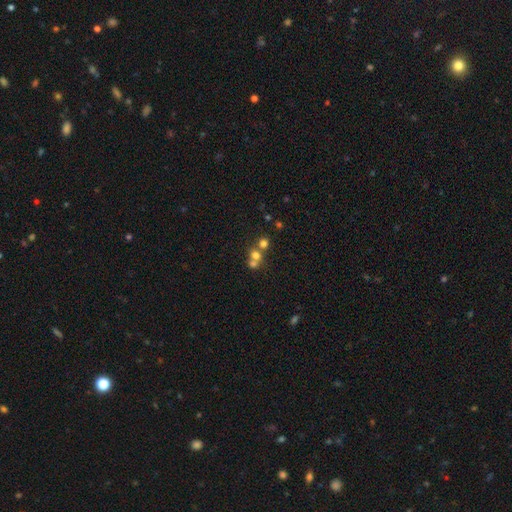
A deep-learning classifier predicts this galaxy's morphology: Overall: smooth (66%). How rounded: round (83%). Merging: merger (55%; none 37%).